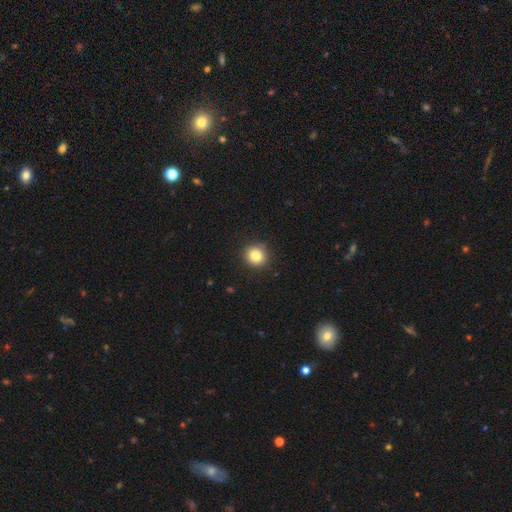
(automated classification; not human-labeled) The model was most divided on "smooth or featured": smooth: 84%, star or artifact: 10%, featured or disk: 6%. More confident: how rounded — round (89%); merging — none (89%).